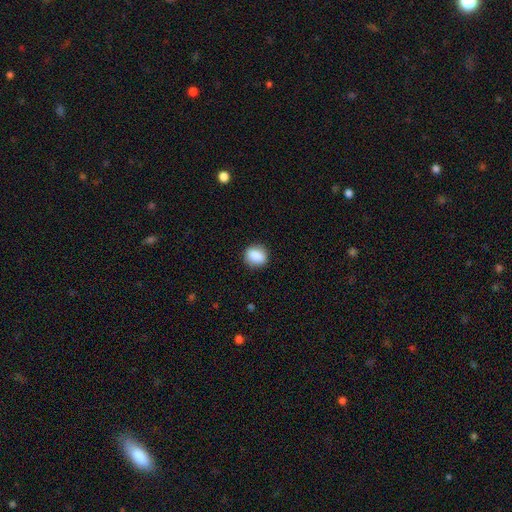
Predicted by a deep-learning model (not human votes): smooth 87%, star or artifact 8%, featured or disk 5%. Down the decision tree: how rounded — round (63%); merging — none (86%).